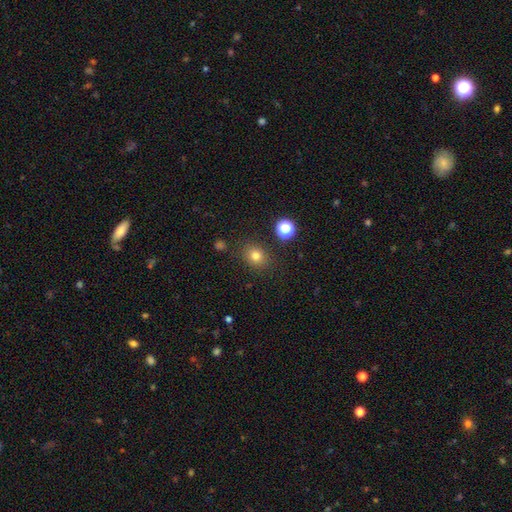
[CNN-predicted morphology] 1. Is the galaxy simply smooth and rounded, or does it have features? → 79% smooth, 15% star or artifact, 7% featured or disk.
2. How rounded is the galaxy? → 68% round, 31% in between, 1% cigar-shaped.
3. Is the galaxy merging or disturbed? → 85% none, 9% minor disturbance, 3% major disturbance, 2% merger.